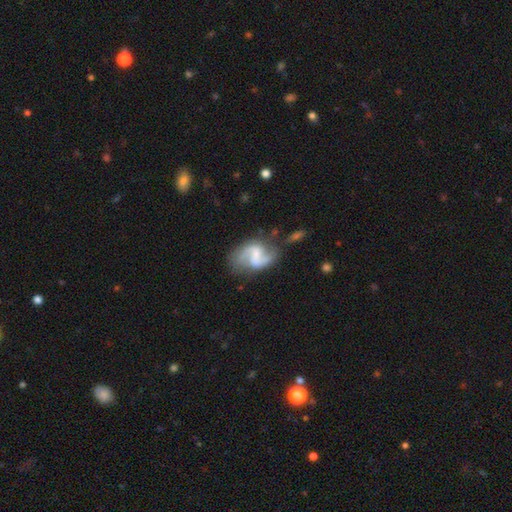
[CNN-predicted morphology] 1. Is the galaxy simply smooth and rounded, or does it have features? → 83% featured or disk, 11% smooth, 6% star or artifact.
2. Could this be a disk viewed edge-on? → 98% no, 2% yes.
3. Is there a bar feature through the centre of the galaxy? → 53% weak, 25% strong, 22% no.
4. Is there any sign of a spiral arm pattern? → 95% yes, 5% no.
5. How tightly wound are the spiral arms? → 50% loose, 41% medium, 9% tight.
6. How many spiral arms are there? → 91% 2, 3% can't tell, 3% 1, 1% 3, 1% 4, 1% more than 4.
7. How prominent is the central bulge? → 41% none, 31% small, 21% moderate, 5% large, 1% dominant.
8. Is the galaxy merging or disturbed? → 63% none, 20% minor disturbance, 11% major disturbance, 6% merger.